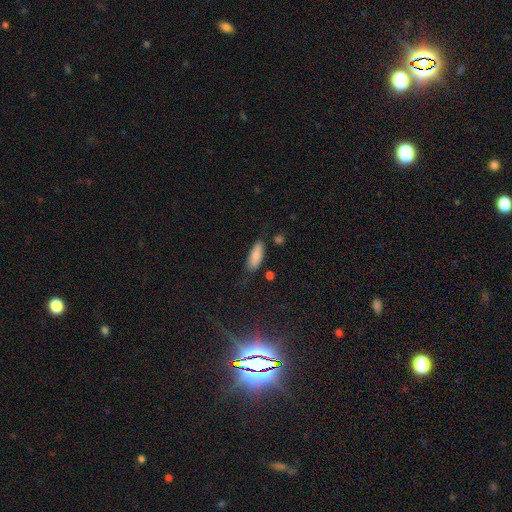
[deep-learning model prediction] A smooth galaxy with no disk features (85%) that is in between round and cigar-shaped (75%). Merging: none (73%).